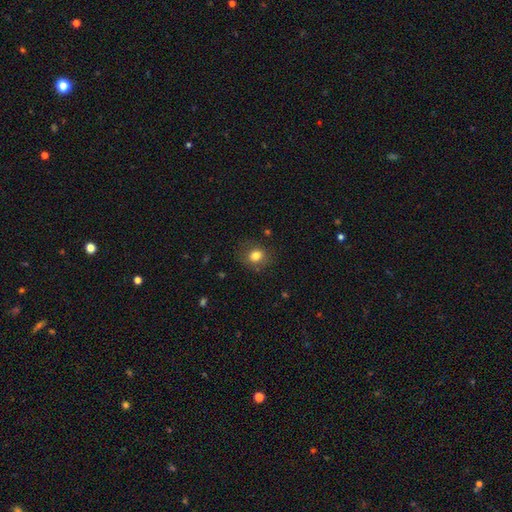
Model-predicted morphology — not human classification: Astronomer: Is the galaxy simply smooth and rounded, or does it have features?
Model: smooth — 80%.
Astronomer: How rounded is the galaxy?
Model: round — 66%.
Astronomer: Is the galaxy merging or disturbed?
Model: none — 79%.